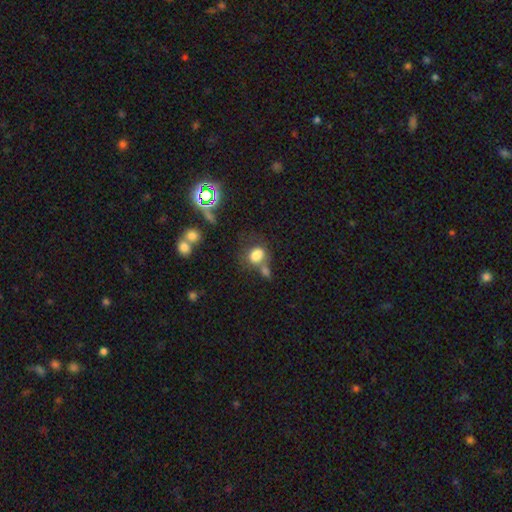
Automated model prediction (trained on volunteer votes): This appears to be a smooth galaxy with no disk features (78%) that is in between round and cigar-shaped (59%). Merging: none (41%).